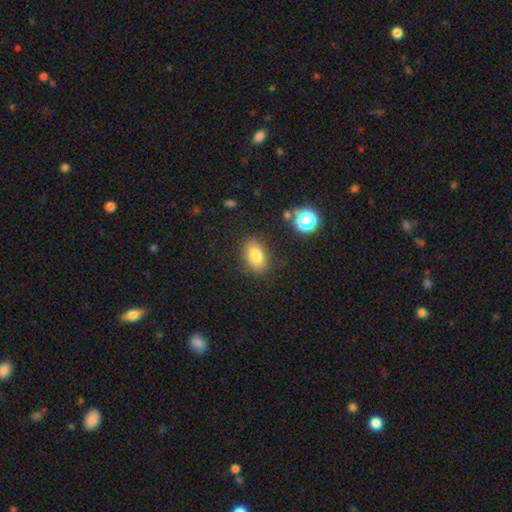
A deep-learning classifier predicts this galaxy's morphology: Q: Smooth or featured?
A: smooth (80%); runner-up: star or artifact (10%)
Q: How rounded?
A: in between (82%); runner-up: round (17%)
Q: Merging?
A: none (84%); runner-up: minor disturbance (11%)